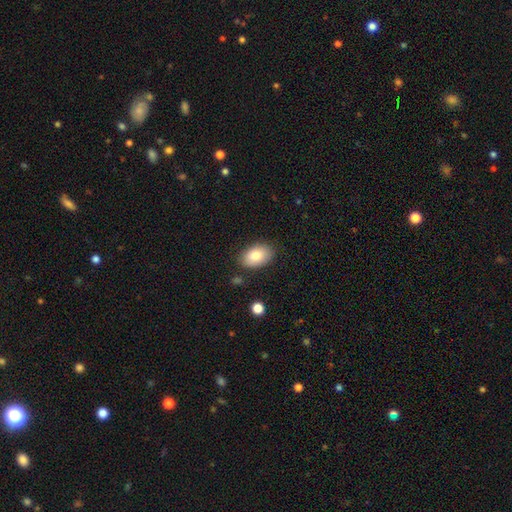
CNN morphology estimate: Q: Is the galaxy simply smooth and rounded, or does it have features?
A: smooth — 82%.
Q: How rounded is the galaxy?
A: in between — 90%.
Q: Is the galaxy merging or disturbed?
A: none — 84%.